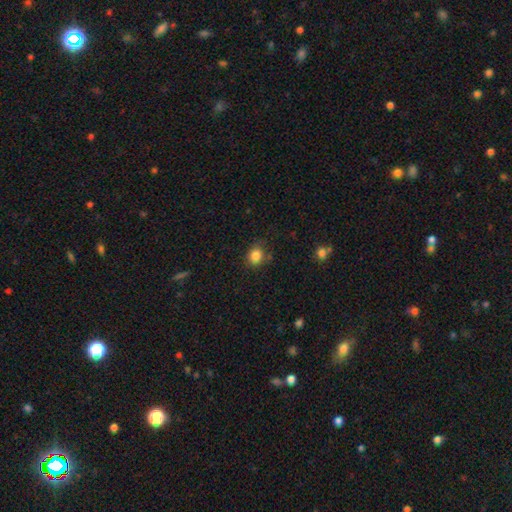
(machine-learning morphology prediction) A smooth galaxy with no disk features (84%) that is round (65%). Merging: none (76%).